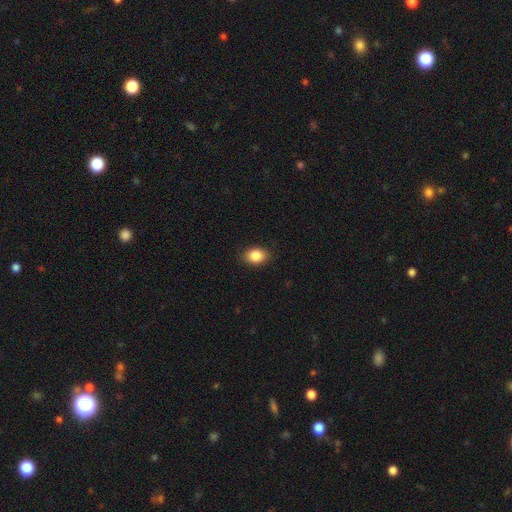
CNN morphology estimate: This appears to be a smooth galaxy with no disk features (86%) that is in between round and cigar-shaped (70%). Merging: none (86%).